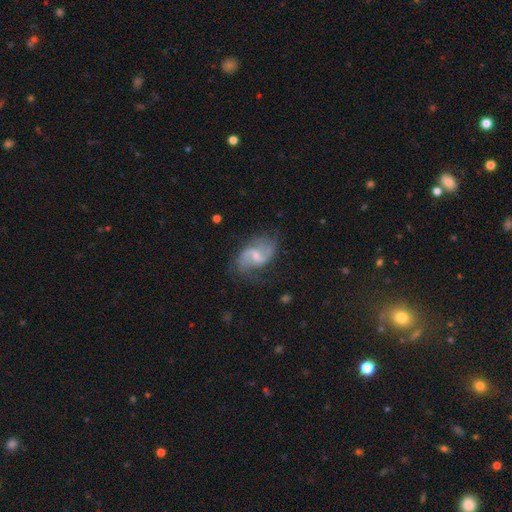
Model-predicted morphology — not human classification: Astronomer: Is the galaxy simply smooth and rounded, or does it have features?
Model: featured or disk — 82%.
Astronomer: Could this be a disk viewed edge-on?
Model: no — 97%.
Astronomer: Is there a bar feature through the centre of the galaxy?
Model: weak — 61%.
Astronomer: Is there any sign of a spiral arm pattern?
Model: yes — 94%.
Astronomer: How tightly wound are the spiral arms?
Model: loose — 53% (runner-up: medium, 37%).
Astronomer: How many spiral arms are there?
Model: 2 — 87%.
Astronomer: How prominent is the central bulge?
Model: small — 51% (runner-up: moderate, 33%).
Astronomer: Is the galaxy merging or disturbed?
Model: none — 68%.